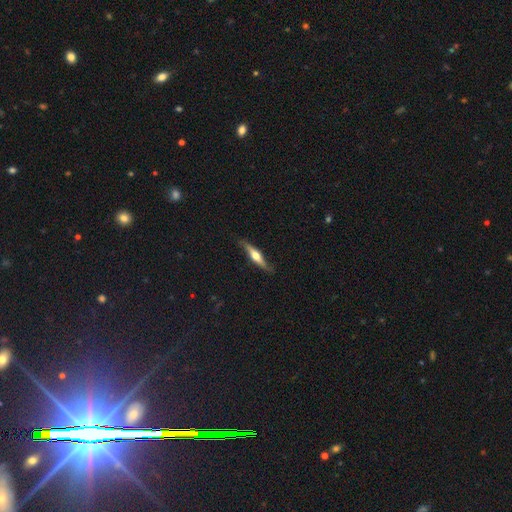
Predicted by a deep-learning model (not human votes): This appears to be a featured or disk galaxy (62%) viewed edge-on (91%) with a rounded central bulge (89%). Merging: none (79%).